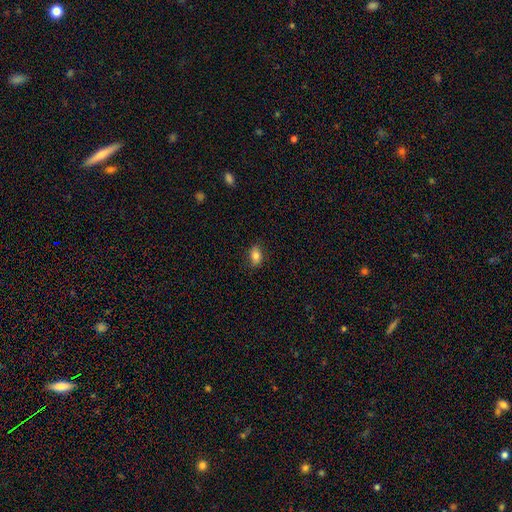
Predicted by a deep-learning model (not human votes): Smooth or featured? Predicted: smooth (p=0.81). How rounded? Predicted: in between (p=0.82). Merging? Predicted: none (p=0.84).